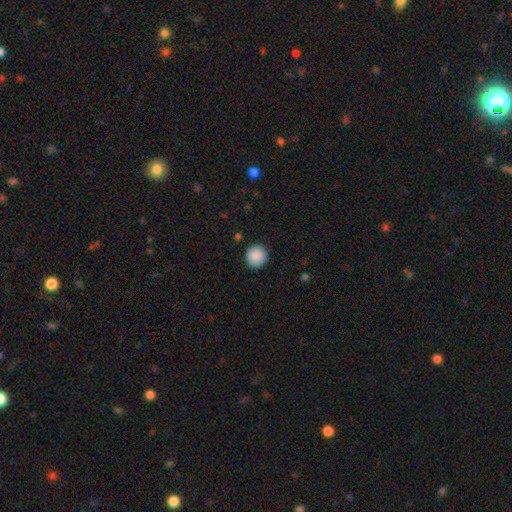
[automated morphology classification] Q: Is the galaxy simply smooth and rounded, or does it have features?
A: smooth — 89%.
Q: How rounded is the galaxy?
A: round — 94%.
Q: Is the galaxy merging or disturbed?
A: none — 91%.